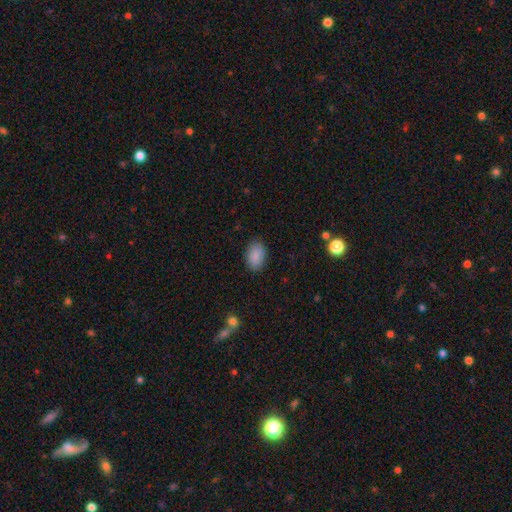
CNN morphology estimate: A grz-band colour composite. It shows a smooth galaxy with no disk features (89%) that is in between round and cigar-shaped (90%). Merging: none (87%).